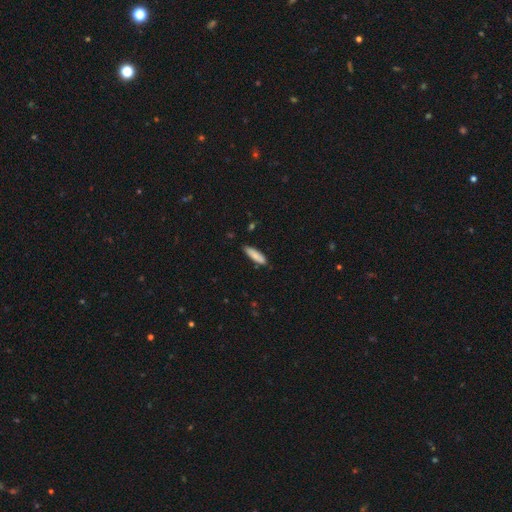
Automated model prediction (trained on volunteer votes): Q: Smooth or featured?
A: smooth (83%); runner-up: featured or disk (11%)
Q: How rounded?
A: cigar-shaped (68%); runner-up: in between (31%)
Q: Merging?
A: none (81%); runner-up: minor disturbance (14%)